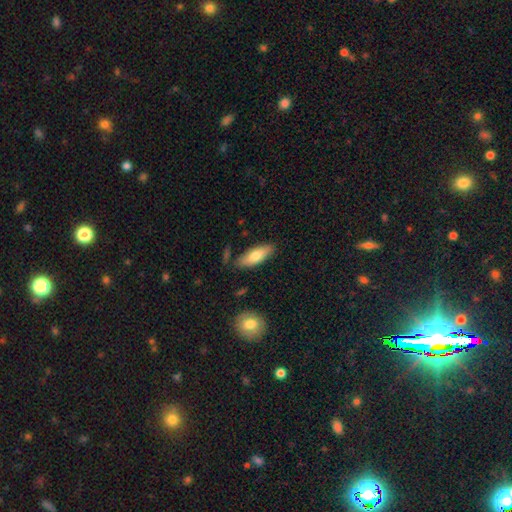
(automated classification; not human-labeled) Smooth or featured?
  - smooth: 75% *
  - featured or disk: 19%
  - star or artifact: 6%
How rounded?
  - in between: 68% *
  - cigar-shaped: 30%
  - round: 2%
Merging?
  - none: 79% *
  - minor disturbance: 15%
  - merger: 4%
  - major disturbance: 3%